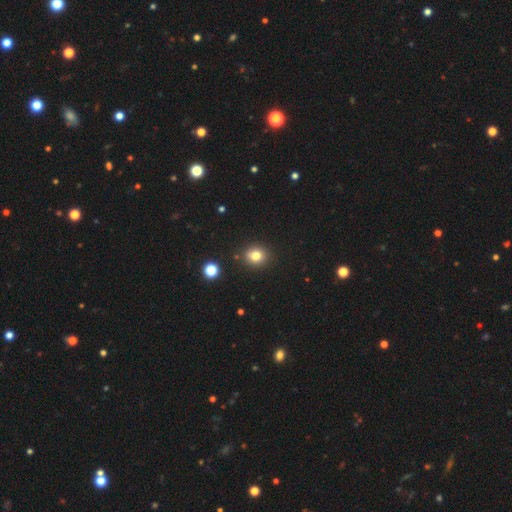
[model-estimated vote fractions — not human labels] This is likely a smooth galaxy (79%). How rounded: likely round (74%). Merging: clearly none (82%).